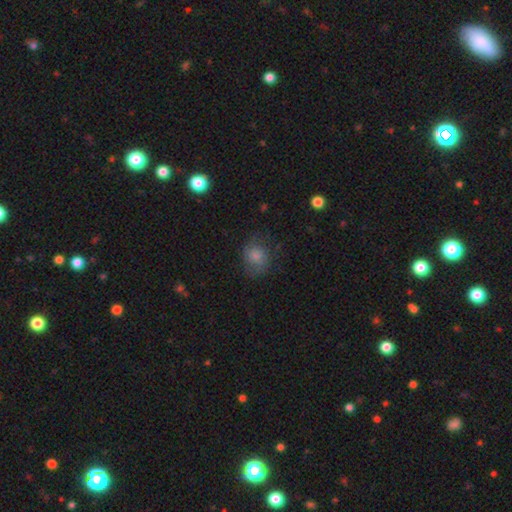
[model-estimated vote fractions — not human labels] A smooth galaxy with no disk features (58%) that is round (68%).

Vote fractions:
- Smooth or featured? smooth: 58% / featured or disk: 25% / star or artifact: 16%
- How rounded? round: 68% / in between: 31% / cigar-shaped: 1%
- Merging? none: 69% / minor disturbance: 20% / major disturbance: 10% / merger: 1%